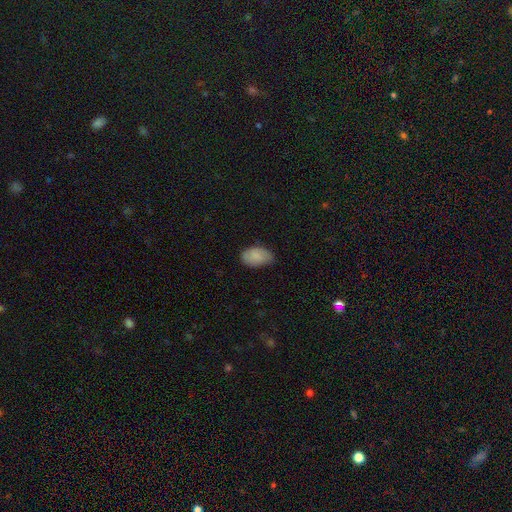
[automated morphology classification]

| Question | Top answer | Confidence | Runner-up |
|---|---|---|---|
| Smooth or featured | smooth | 73% | featured or disk (19%) |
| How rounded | in between | 91% | round (8%) |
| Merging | none | 64% | minor disturbance (29%) |